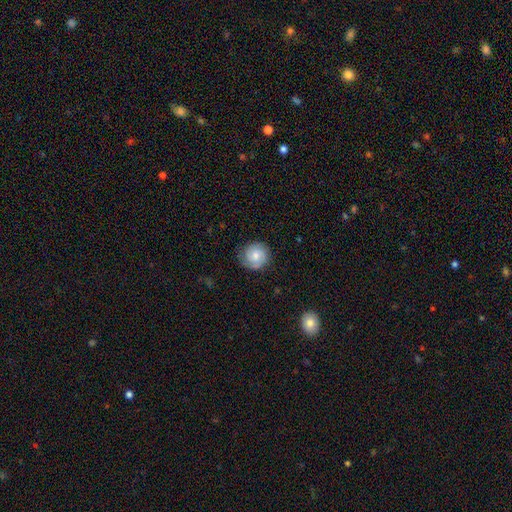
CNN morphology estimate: Smooth or featured? featured or disk (53%)
Edge-on disk? no (98%)
Bar? no (67%)
Spiral arms? yes (90%)
Bulge size? moderate (56%)
Merging? none (80%)